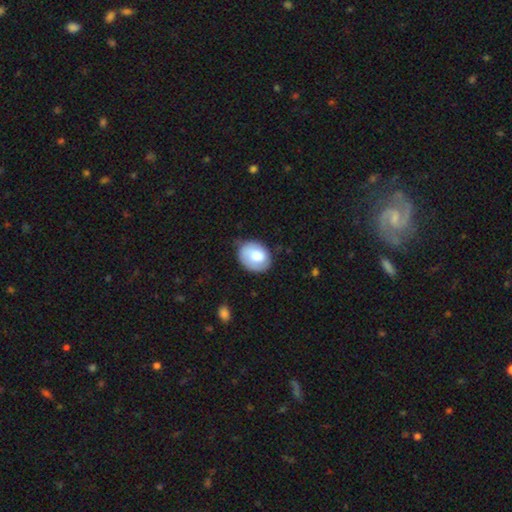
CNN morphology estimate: Smooth or featured?
  - smooth: 74% *
  - featured or disk: 20%
  - star or artifact: 6%
How rounded?
  - in between: 54% *
  - round: 46%
  - cigar-shaped: 1%
Merging?
  - none: 68% *
  - minor disturbance: 25%
  - major disturbance: 5%
  - merger: 2%